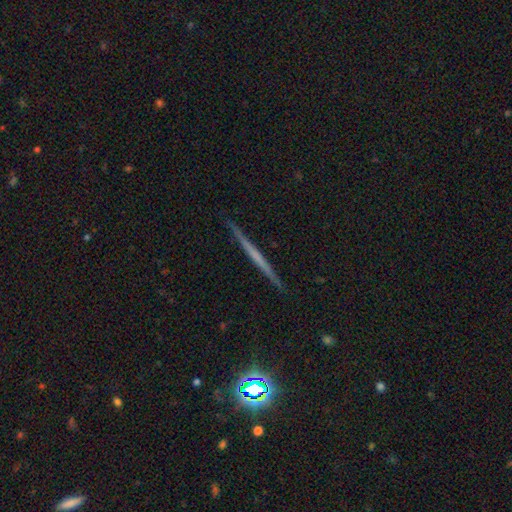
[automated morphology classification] featured or disk 62%, smooth 30%, star or artifact 8%. Down the decision tree: edge-on disk — yes (98%); edge-on bulge — none (83%); merging — none (92%).